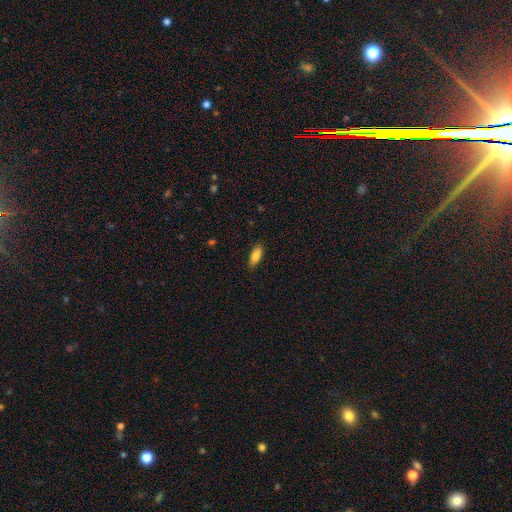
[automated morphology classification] A smooth galaxy with no disk features (85%) that is in between round and cigar-shaped (77%).

Vote fractions:
- Smooth or featured? smooth: 85% / featured or disk: 8% / star or artifact: 7%
- How rounded? in between: 77% / cigar-shaped: 20% / round: 2%
- Merging? none: 87% / minor disturbance: 10% / major disturbance: 2% / merger: 1%